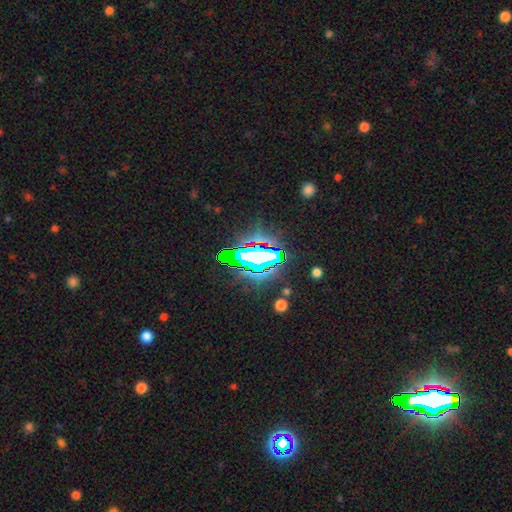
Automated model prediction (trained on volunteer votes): smooth_or_featured: star or artifact (p=0.84) [alt: smooth p=0.09]